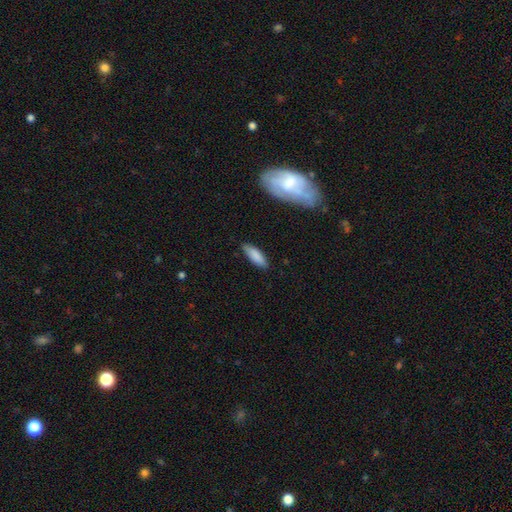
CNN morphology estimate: Smooth or featured? Predicted: smooth (p=0.85). How rounded? Predicted: in between (p=0.62). Merging? Predicted: none (p=0.82).